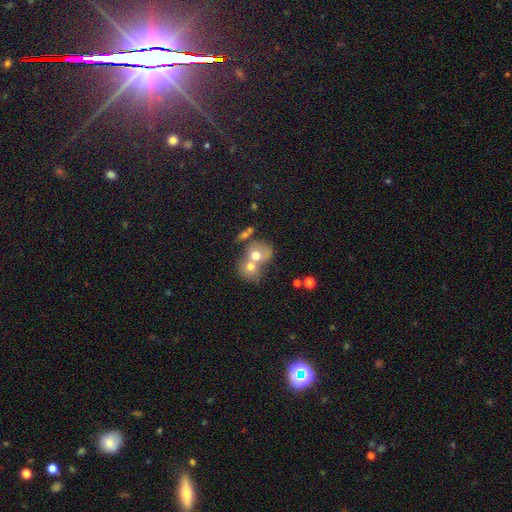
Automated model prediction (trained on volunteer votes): Smooth or featured?
  - smooth: 64% *
  - featured or disk: 27%
  - star or artifact: 9%
How rounded?
  - round: 59% *
  - in between: 40%
  - cigar-shaped: 1%
Merging?
  - merger: 73% *
  - none: 17%
  - minor disturbance: 6%
  - major disturbance: 4%